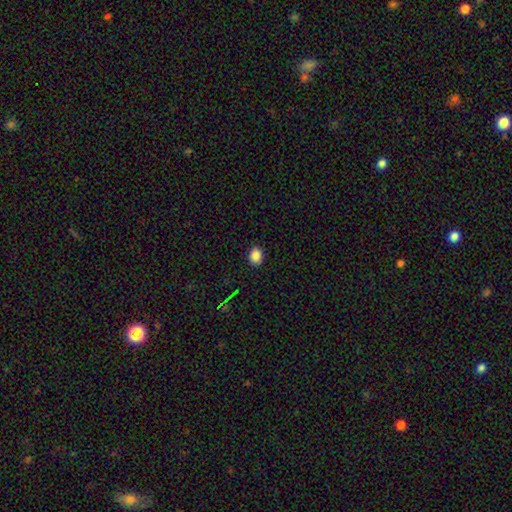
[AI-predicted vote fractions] Smooth or featured: smooth — 85% (star or artifact — 10%)
How rounded: in between — 53% (round — 46%)
Merging: none — 90% (minor disturbance — 7%)